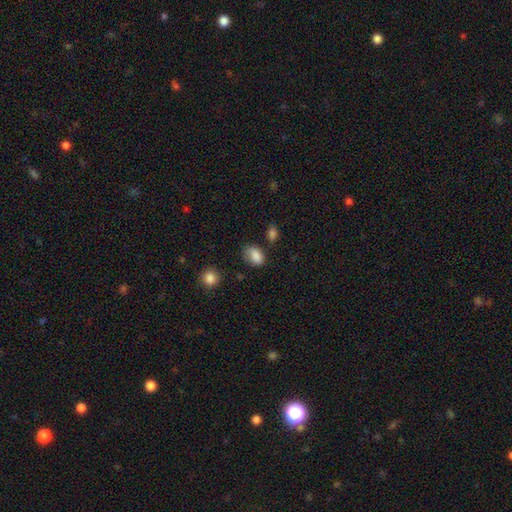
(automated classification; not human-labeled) smooth 86%, star or artifact 9%, featured or disk 5%. Down the decision tree: how rounded — in between (83%); merging — none (61%).